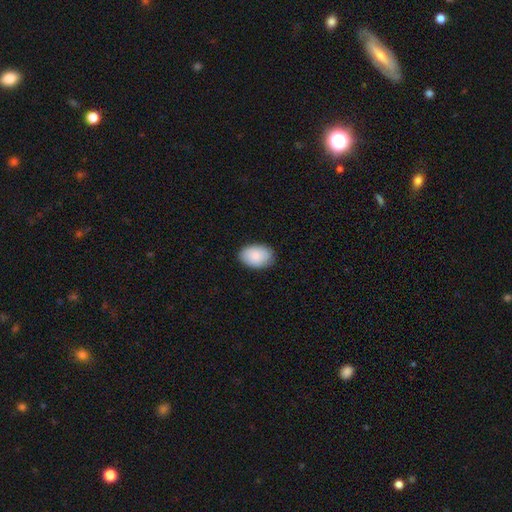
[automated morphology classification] A smooth galaxy with no disk features (88%) that is in between round and cigar-shaped (87%). Merging: none (88%).